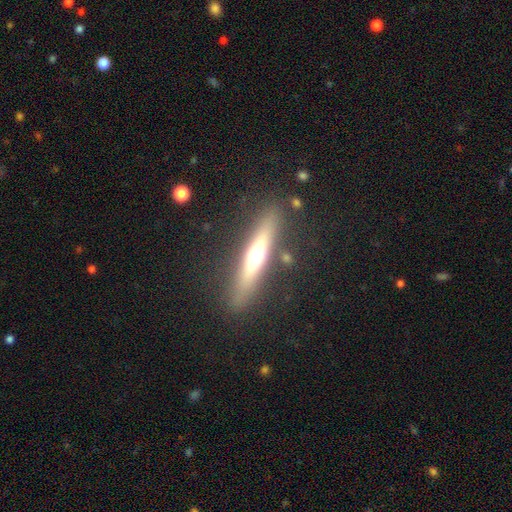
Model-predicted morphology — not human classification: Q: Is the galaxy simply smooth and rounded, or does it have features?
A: featured or disk — 57%.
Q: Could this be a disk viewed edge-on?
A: yes — 92%.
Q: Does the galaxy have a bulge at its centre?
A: rounded — 86%.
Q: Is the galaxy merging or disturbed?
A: none — 85%.